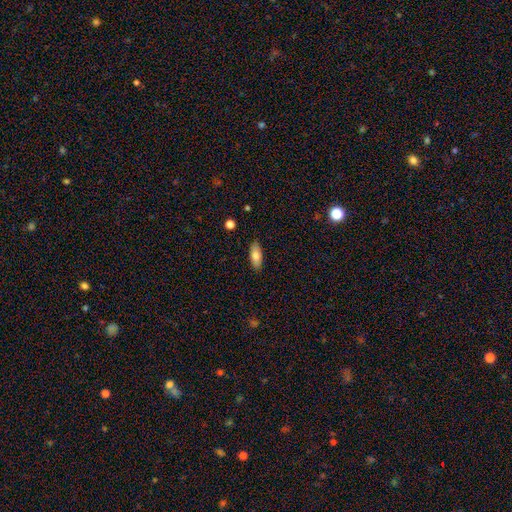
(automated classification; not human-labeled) This is likely a smooth galaxy (79%). How rounded: clearly in between (81%). Merging: clearly none (88%).